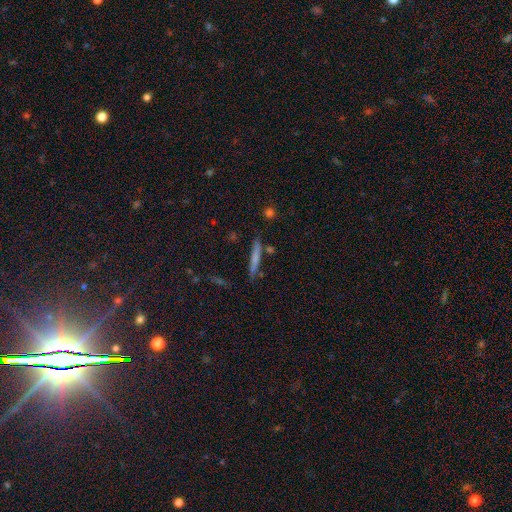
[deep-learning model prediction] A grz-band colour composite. It shows a smooth galaxy with no disk features (56%) that is cigar-shaped (94%). Merging: none (83%).